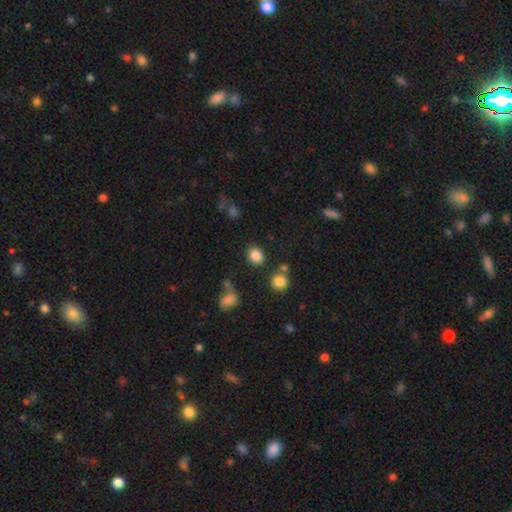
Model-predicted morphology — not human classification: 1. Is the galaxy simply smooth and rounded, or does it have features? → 84% smooth, 11% star or artifact, 5% featured or disk.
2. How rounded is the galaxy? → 50% round, 49% in between, 1% cigar-shaped.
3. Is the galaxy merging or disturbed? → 80% none, 10% minor disturbance, 6% merger, 4% major disturbance.